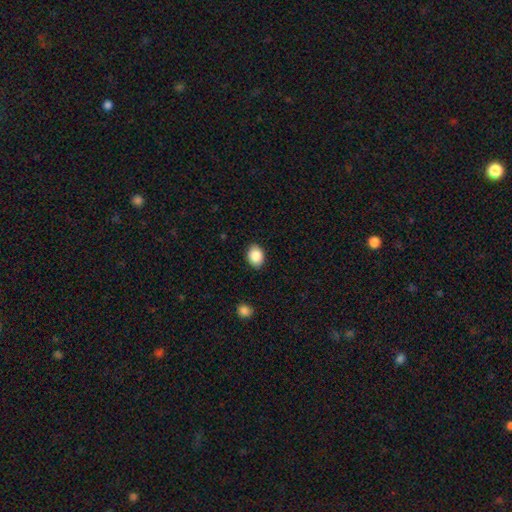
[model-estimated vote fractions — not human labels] smooth 88%, star or artifact 8%, featured or disk 4%. Down the decision tree: how rounded — in between (66%); merging — none (88%).